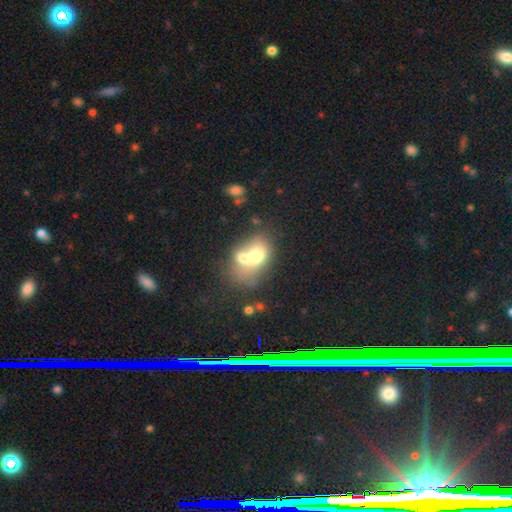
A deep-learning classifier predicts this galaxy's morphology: Smooth or featured? Predicted: smooth (p=0.62). How rounded? Predicted: in between (p=0.64). Merging? Predicted: merger (p=0.70).